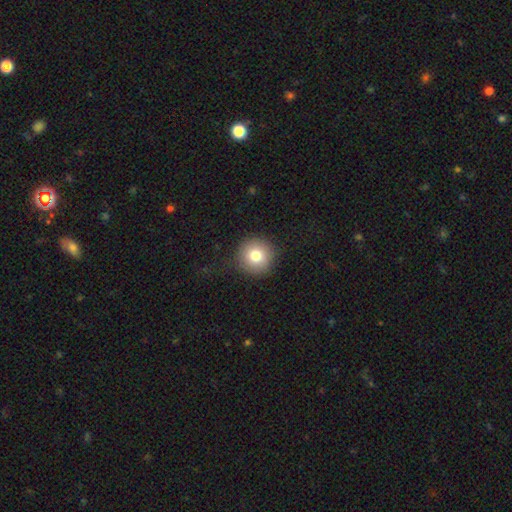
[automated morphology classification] A smooth galaxy with no disk features (80%) that is round (94%). Merging: none (86%).